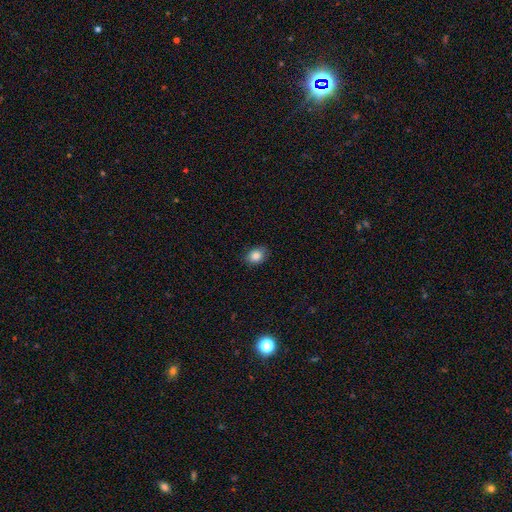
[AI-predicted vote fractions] Smooth or featured? Predicted: smooth (p=0.85). How rounded? Predicted: in between (p=0.61). Merging? Predicted: none (p=0.83).